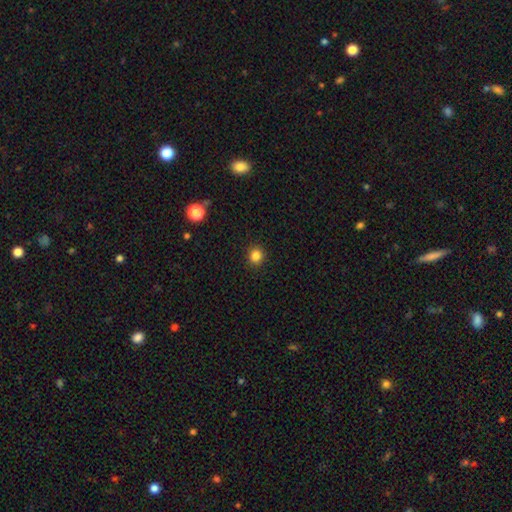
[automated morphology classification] This appears to be a smooth galaxy with no disk features (84%) that is round (86%). Merging: none (92%).